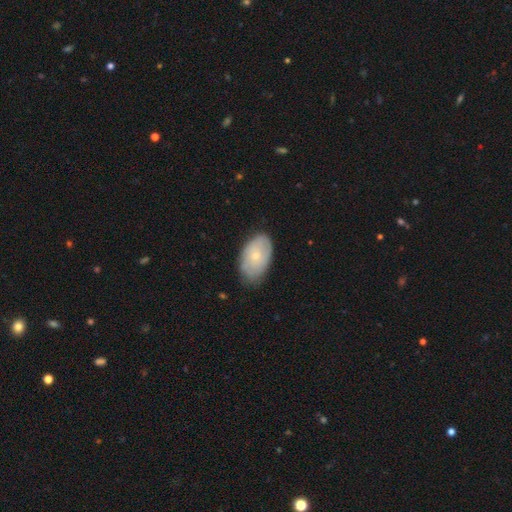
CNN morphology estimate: Smooth or featured? Predicted: smooth (p=0.59). How rounded? Predicted: in between (p=0.92). Merging? Predicted: none (p=0.72).